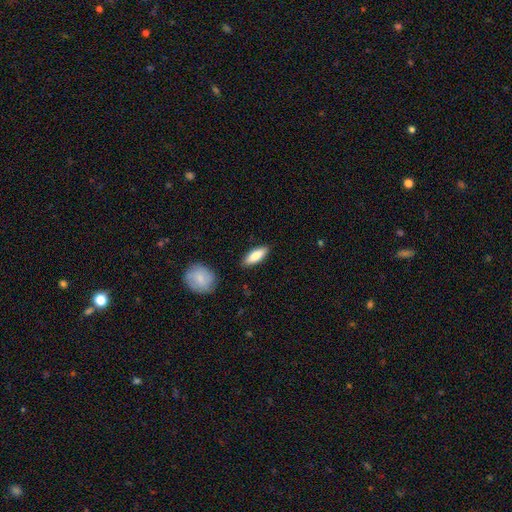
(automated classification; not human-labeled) Q: Smooth or featured?
A: smooth (80%); runner-up: featured or disk (14%)
Q: How rounded?
A: in between (67%); runner-up: cigar-shaped (31%)
Q: Merging?
A: none (86%); runner-up: minor disturbance (10%)